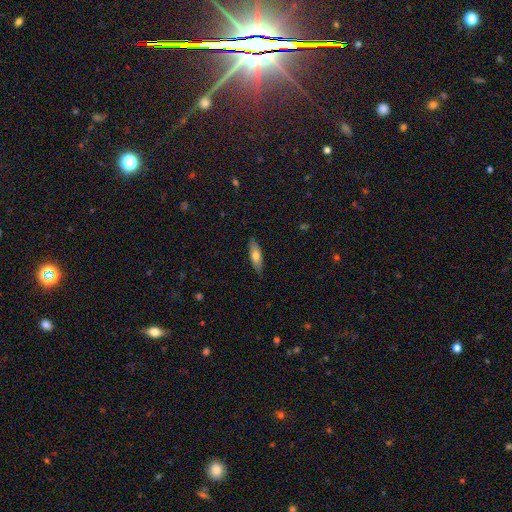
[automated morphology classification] Smooth or featured?
  - smooth: 64% *
  - featured or disk: 29%
  - star or artifact: 6%
How rounded?
  - in between: 50% *
  - cigar-shaped: 47%
  - round: 2%
Merging?
  - none: 84% *
  - minor disturbance: 13%
  - major disturbance: 2%
  - merger: 1%